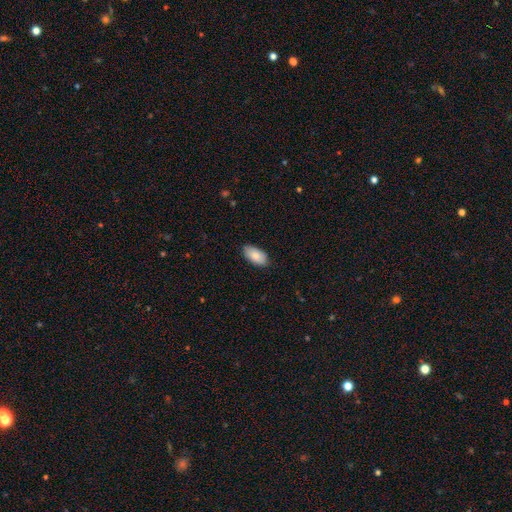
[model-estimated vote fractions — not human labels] Smooth or featured?
  - smooth: 86% *
  - featured or disk: 8%
  - star or artifact: 6%
How rounded?
  - in between: 95% *
  - cigar-shaped: 3%
  - round: 2%
Merging?
  - none: 86% *
  - minor disturbance: 11%
  - major disturbance: 2%
  - merger: 1%